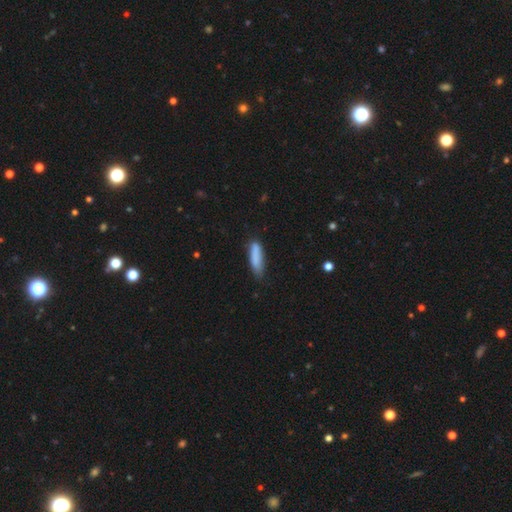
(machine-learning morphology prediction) Smooth or featured: smooth — 85% (featured or disk — 8%)
How rounded: cigar-shaped — 63% (in between — 36%)
Merging: none — 65% (minor disturbance — 28%)